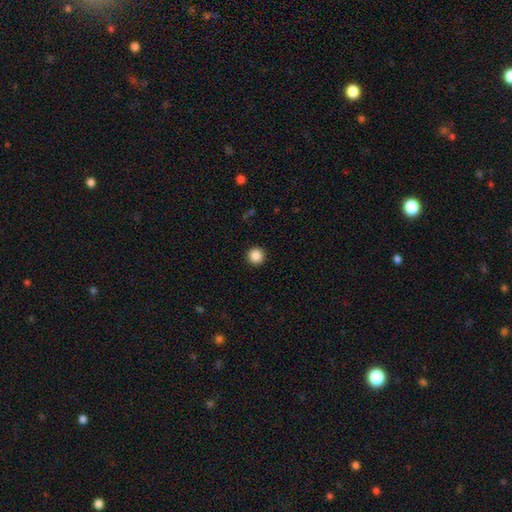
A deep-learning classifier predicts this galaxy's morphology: A smooth galaxy with no disk features (88%) that is round (96%).

Vote fractions:
- Smooth or featured? smooth: 88% / star or artifact: 10% / featured or disk: 3%
- How rounded? round: 96% / in between: 3% / cigar-shaped: 1%
- Merging? none: 93% / minor disturbance: 4% / major disturbance: 2% / merger: 1%